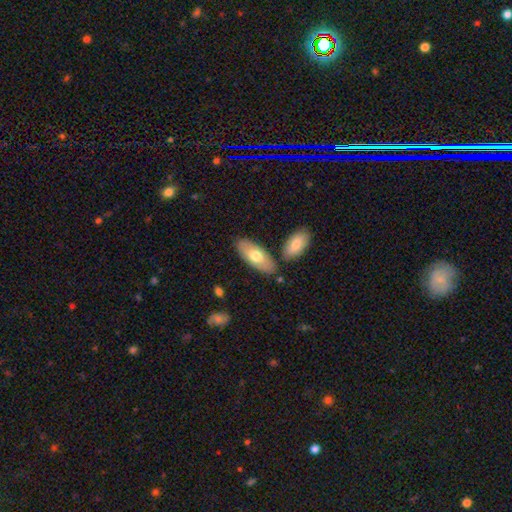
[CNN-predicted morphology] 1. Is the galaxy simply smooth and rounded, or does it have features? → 67% smooth, 28% featured or disk, 5% star or artifact.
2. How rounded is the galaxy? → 86% in between, 12% cigar-shaped, 2% round.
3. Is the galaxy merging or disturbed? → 76% none, 12% minor disturbance, 9% merger, 3% major disturbance.